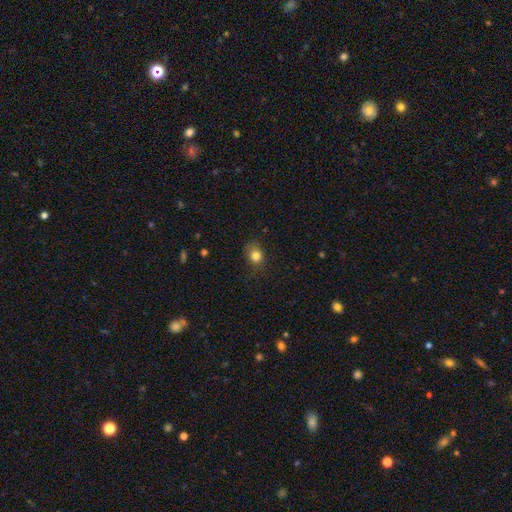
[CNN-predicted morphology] smooth 81%, star or artifact 12%, featured or disk 7%. Down the decision tree: how rounded — round (54%); merging — none (65%).